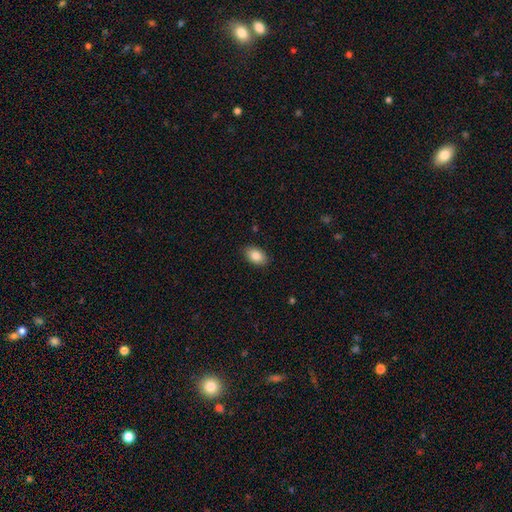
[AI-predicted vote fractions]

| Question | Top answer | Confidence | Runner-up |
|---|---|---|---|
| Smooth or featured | smooth | 86% | star or artifact (7%) |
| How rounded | in between | 91% | round (8%) |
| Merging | none | 88% | minor disturbance (9%) |